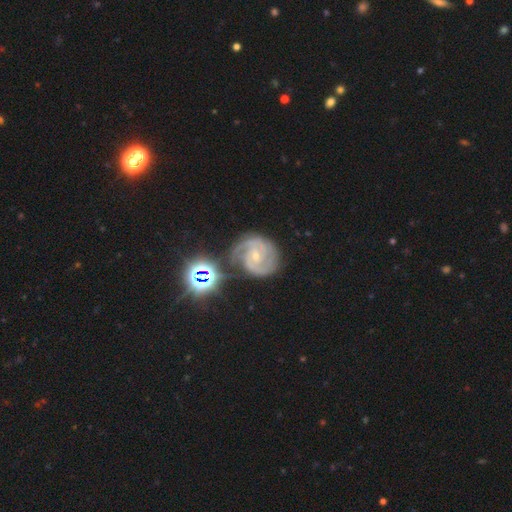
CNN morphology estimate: smooth_or_featured: featured or disk (p=0.87) [alt: star or artifact p=0.08]
disk_edge_on: no (p=0.98) [alt: yes p=0.02]
bar: no (p=0.46) [alt: weak p=0.42]
has_spiral_arms: yes (p=0.98) [alt: no p=0.02]
spiral_winding: tight (p=0.58) [alt: medium p=0.36]
spiral_arm_count: 2 (p=0.53) [alt: 3 p=0.25]
bulge_size: small (p=0.76) [alt: moderate p=0.20]
merging: none (p=0.67) [alt: minor disturbance p=0.20]